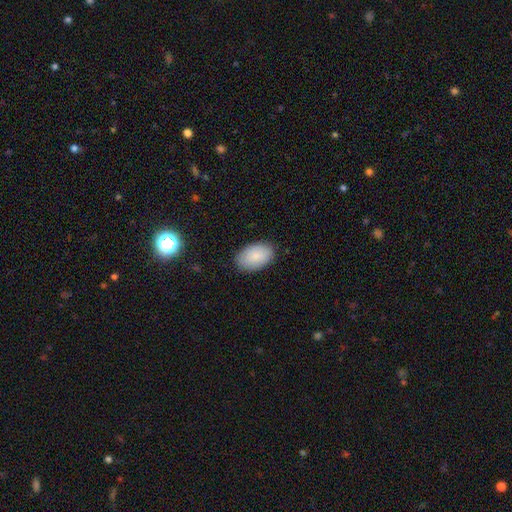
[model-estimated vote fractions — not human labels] Morphology: type=smooth (87%); roundness=in between (93%); merging=none (86%).